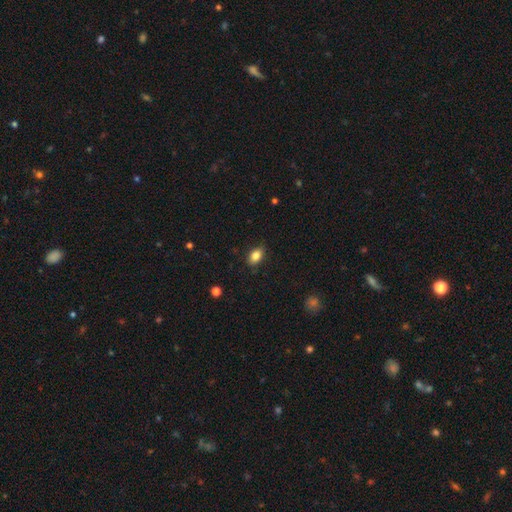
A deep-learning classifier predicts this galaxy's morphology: This is clearly a smooth galaxy (85%). How rounded: clearly in between (84%). Merging: clearly none (82%).